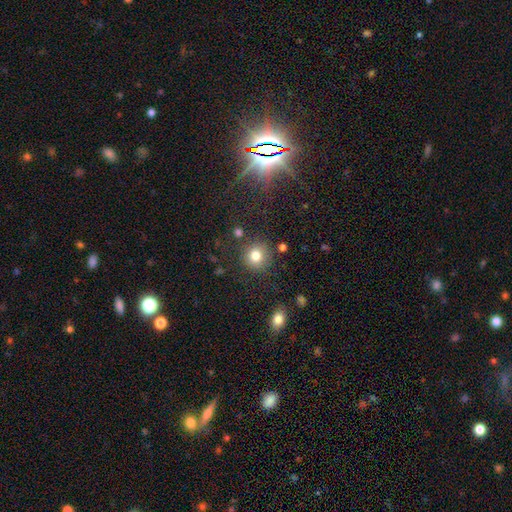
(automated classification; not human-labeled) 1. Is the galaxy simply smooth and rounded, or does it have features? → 81% smooth, 12% star or artifact, 7% featured or disk.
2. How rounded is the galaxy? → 91% round, 8% in between, 1% cigar-shaped.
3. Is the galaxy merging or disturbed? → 83% none, 9% minor disturbance, 4% merger, 4% major disturbance.